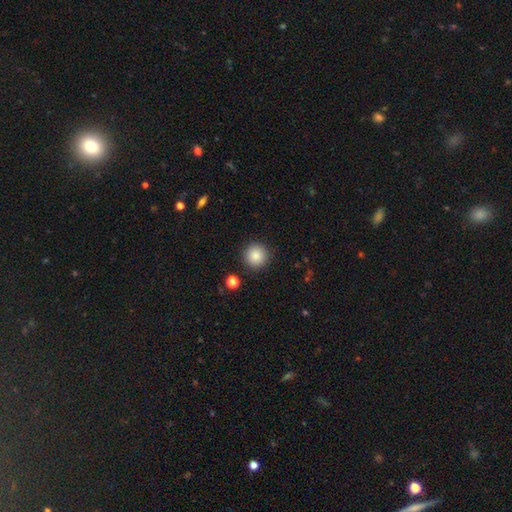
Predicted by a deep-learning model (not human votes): This is clearly a smooth galaxy (87%). How rounded: clearly round (95%). Merging: clearly none (91%).